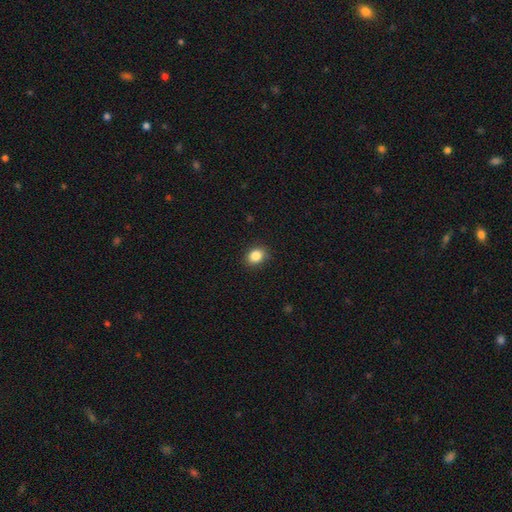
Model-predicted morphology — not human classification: smooth 86%, star or artifact 10%, featured or disk 4%. Down the decision tree: how rounded — in between (50%); merging — none (89%).